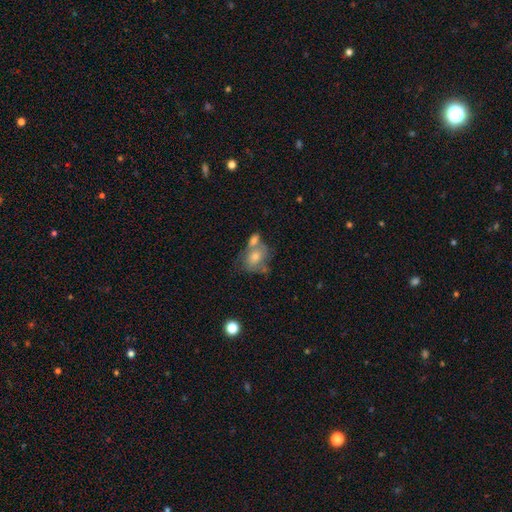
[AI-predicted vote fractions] A smooth galaxy with no disk features (49%).

Vote fractions:
- Smooth or featured? smooth: 49% / featured or disk: 38% / star or artifact: 13%
- Merging? merger: 41% / none: 34% / minor disturbance: 16% / major disturbance: 10%